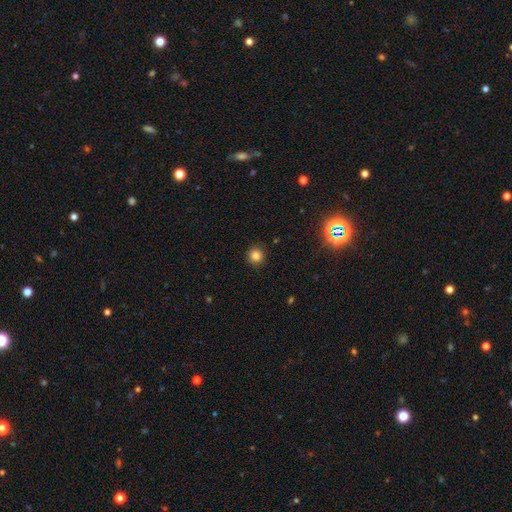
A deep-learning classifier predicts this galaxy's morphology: This is clearly a smooth galaxy (83%). How rounded: clearly round (94%). Merging: clearly none (91%).